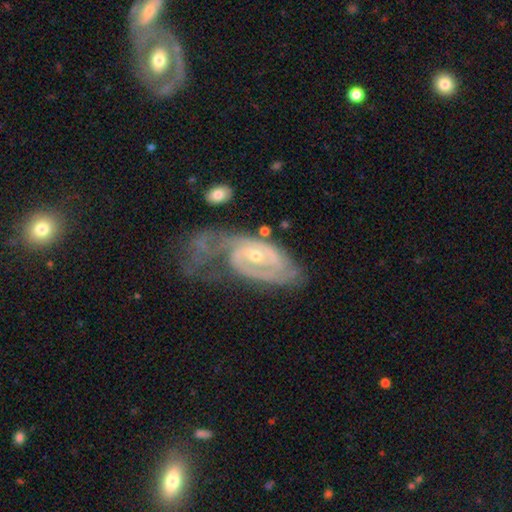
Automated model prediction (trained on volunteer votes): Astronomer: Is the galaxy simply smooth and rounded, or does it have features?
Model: featured or disk — 89%.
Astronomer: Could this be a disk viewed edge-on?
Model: no — 96%.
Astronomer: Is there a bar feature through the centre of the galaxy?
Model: no — 53% (runner-up: weak, 35%).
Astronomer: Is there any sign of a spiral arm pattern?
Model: yes — 94%.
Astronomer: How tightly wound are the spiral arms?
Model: tight — 55% (runner-up: medium, 34%).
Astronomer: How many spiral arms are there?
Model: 2 — 59%.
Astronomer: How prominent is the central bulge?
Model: small — 58% (runner-up: moderate, 39%).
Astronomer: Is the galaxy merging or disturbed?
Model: none — 35% (runner-up: major disturbance, 32%).